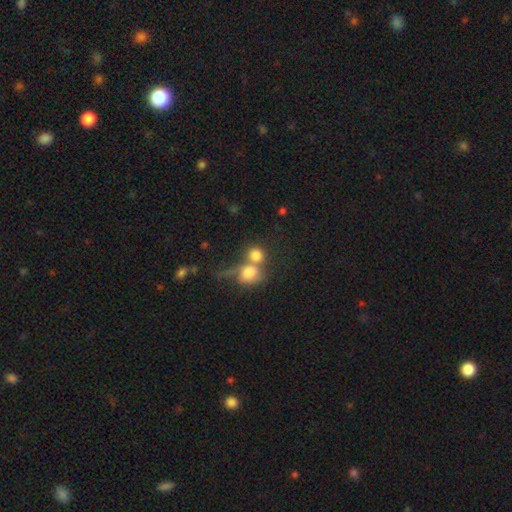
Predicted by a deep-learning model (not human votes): The model was most divided on "merging": merger: 59%, none: 28%, minor disturbance: 7%, major disturbance: 6%. More confident: smooth or featured — smooth (78%); how rounded — round (73%).